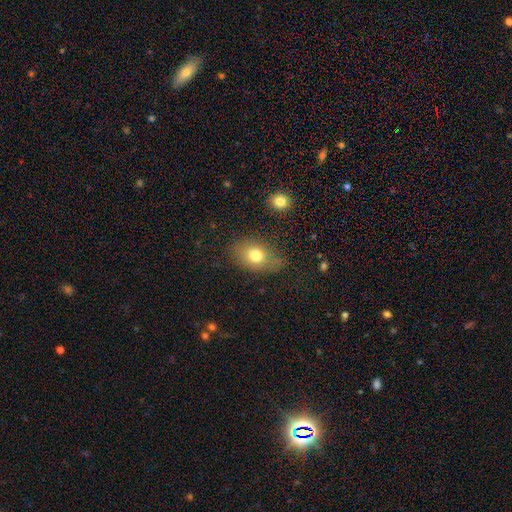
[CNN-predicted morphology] Smooth or featured? smooth (76%)
How rounded? in between (77%)
Merging? none (71%)